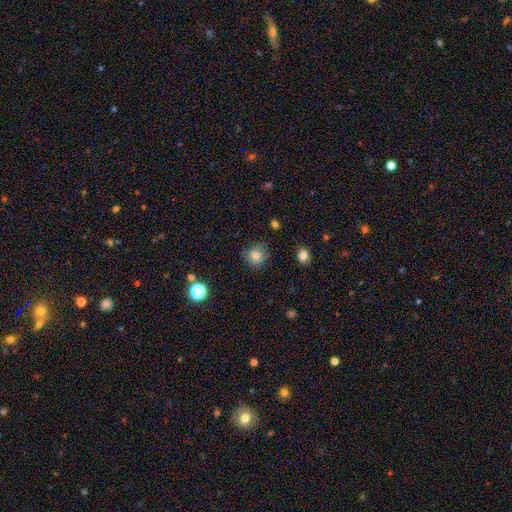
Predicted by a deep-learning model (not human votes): Q: Smooth or featured?
A: smooth (81%); runner-up: star or artifact (12%)
Q: How rounded?
A: round (86%); runner-up: in between (13%)
Q: Merging?
A: none (76%); runner-up: minor disturbance (17%)